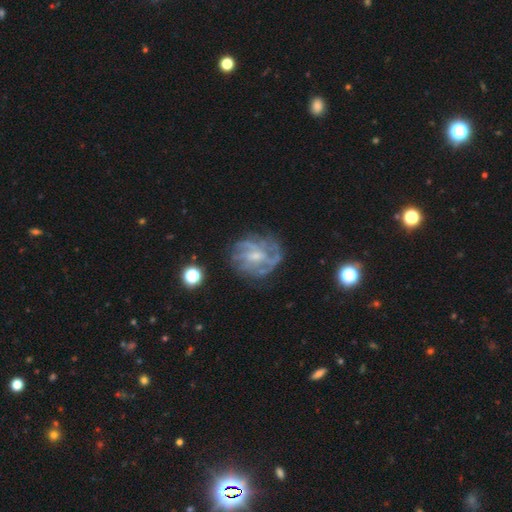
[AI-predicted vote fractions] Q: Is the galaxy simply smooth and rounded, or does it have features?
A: featured or disk — 77%.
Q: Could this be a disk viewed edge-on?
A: no — 97%.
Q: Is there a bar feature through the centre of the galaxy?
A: no — 47%.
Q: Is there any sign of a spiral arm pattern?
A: yes — 80%.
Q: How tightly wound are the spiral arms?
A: tight — 42%.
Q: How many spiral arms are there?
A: can't tell — 47%.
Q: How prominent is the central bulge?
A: small — 54%.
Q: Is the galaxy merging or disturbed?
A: none — 67%.